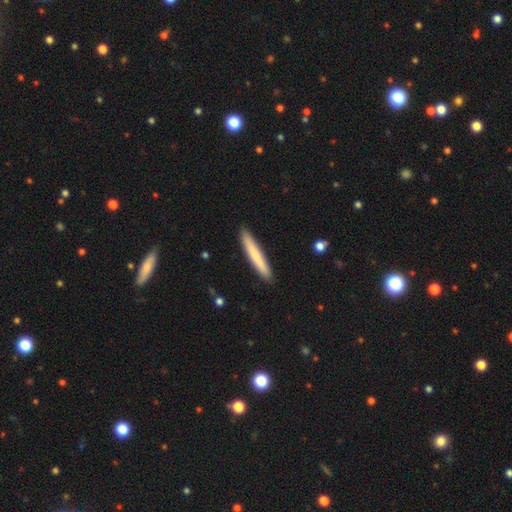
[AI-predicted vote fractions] Overall: smooth (75%). How rounded: cigar-shaped (95%). Merging: none (91%).